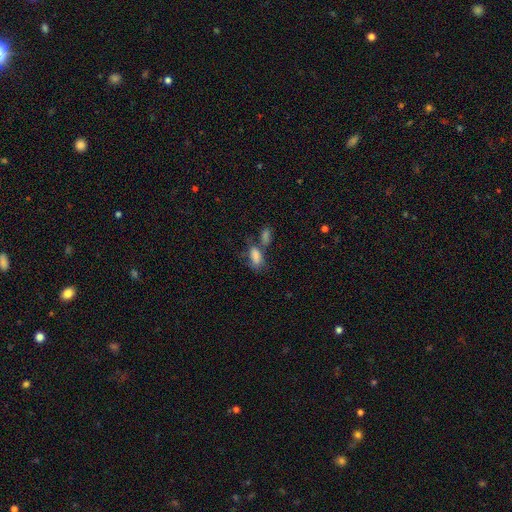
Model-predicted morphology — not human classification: type=smooth (80%); roundness=in between (89%); merging=merger (44%).